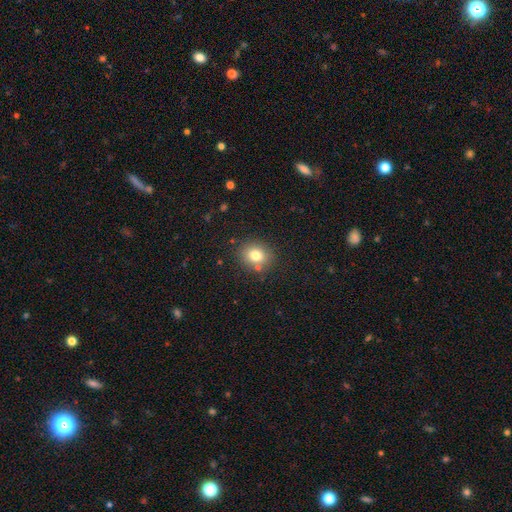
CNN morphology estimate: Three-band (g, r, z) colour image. It shows a smooth galaxy with no disk features (78%) that is round (65%). Merging: none (80%).